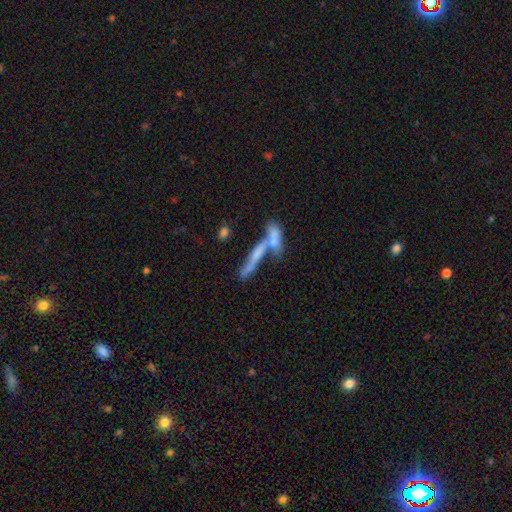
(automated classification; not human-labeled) Q: Smooth or featured?
A: smooth (48%); runner-up: featured or disk (42%)
Q: Merging?
A: merger (49%); runner-up: none (32%)